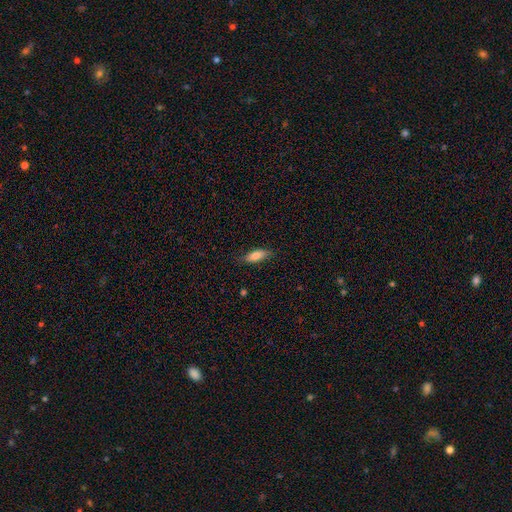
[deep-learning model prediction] The model was most divided on "how rounded": in between: 70%, cigar-shaped: 28%, round: 2%. More confident: smooth or featured — smooth (79%); merging — none (79%).